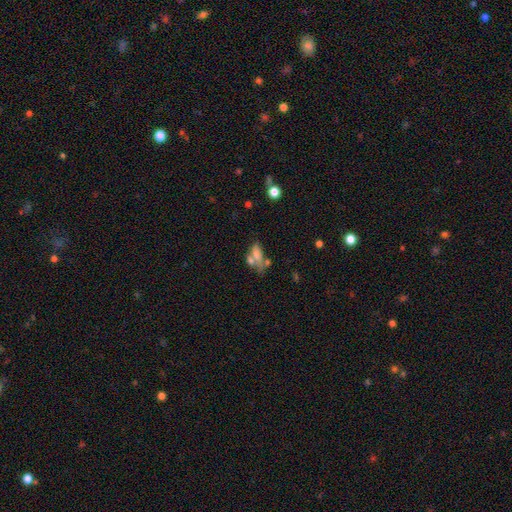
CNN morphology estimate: Smooth or featured: smooth — 61% (featured or disk — 26%)
How rounded: in between — 79% (cigar-shaped — 15%)
Merging: merger — 46% (none — 26%)